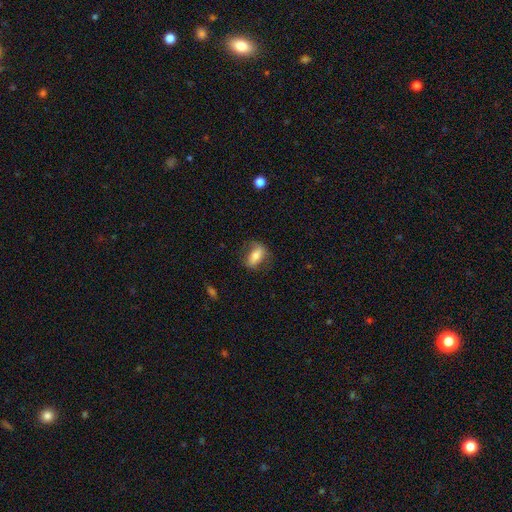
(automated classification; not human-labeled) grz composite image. It shows a smooth galaxy with no disk features (66%) that is in between round and cigar-shaped (80%). Merging: none (71%).